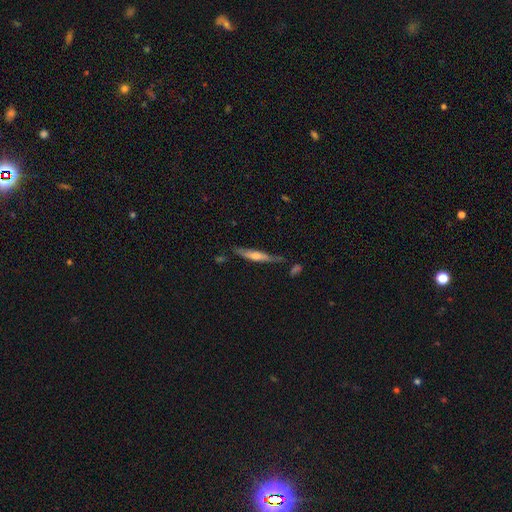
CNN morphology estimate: smooth_or_featured: featured or disk (p=0.58) [alt: smooth p=0.36]
disk_edge_on: yes (p=0.90) [alt: no p=0.10]
edge_on_bulge: rounded (p=0.75) [alt: none p=0.15]
merging: none (p=0.70) [alt: minor disturbance p=0.20]